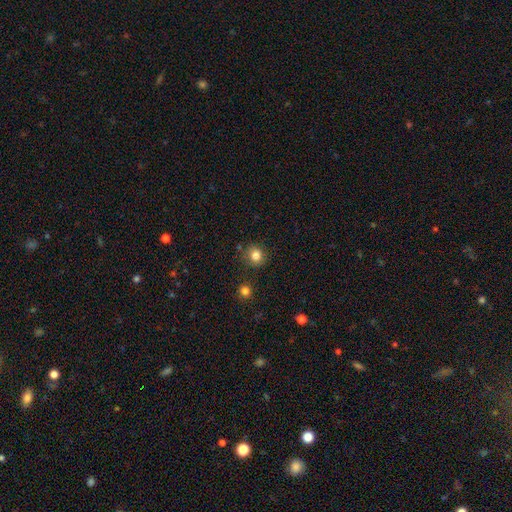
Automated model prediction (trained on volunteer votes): smooth 81%, star or artifact 12%, featured or disk 6%. Down the decision tree: how rounded — round (88%); merging — none (84%).